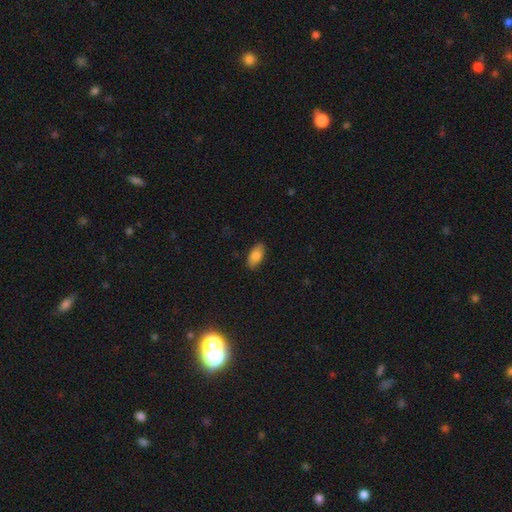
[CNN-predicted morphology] A smooth galaxy with no disk features (81%) that is in between round and cigar-shaped (92%).

Vote fractions:
- Smooth or featured? smooth: 81% / featured or disk: 12% / star or artifact: 7%
- How rounded? in between: 92% / cigar-shaped: 5% / round: 3%
- Merging? none: 87% / minor disturbance: 10% / major disturbance: 2% / merger: 1%